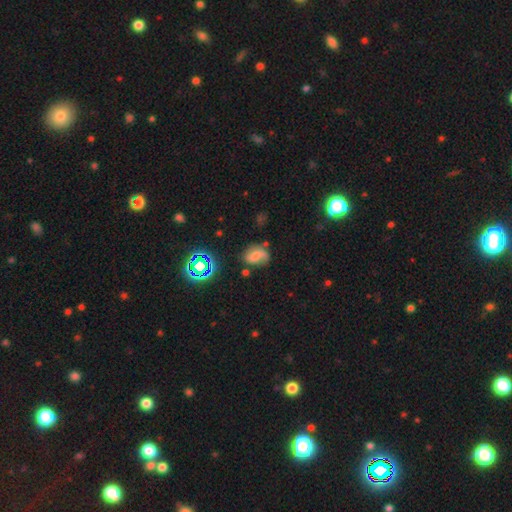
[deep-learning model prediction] Smooth or featured? Predicted: featured or disk (p=0.44). Merging? Predicted: none (p=0.42).